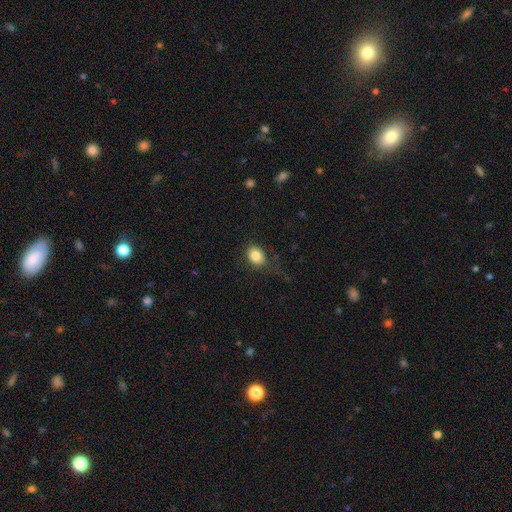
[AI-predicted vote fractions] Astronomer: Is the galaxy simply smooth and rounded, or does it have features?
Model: smooth — 83%.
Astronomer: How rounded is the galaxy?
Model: in between — 58% (runner-up: round, 41%).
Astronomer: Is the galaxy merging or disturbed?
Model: none — 67%.